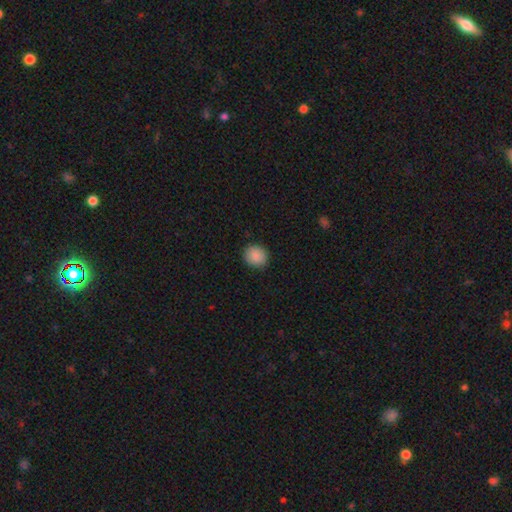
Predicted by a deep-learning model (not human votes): The model was most divided on "how rounded": round: 84%, in between: 15%, cigar-shaped: 1%. More confident: merging — none (90%); smooth or featured — smooth (89%).